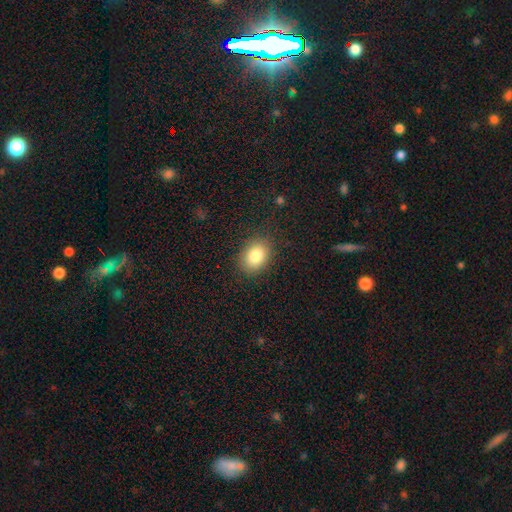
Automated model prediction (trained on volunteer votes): Morphology: type=smooth (83%); roundness=in between (67%); merging=none (86%).